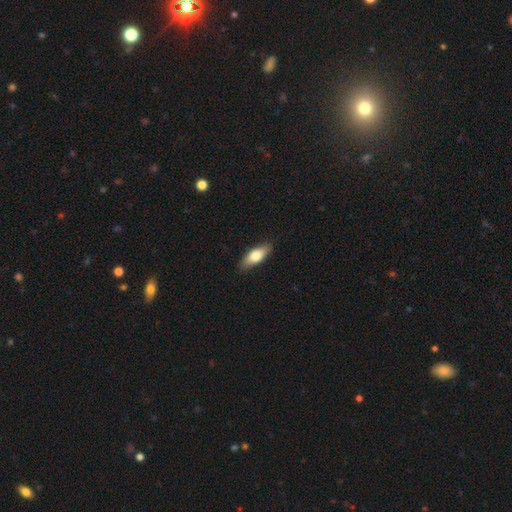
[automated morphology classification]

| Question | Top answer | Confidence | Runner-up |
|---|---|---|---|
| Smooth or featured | smooth | 68% | featured or disk (26%) |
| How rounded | in between | 71% | cigar-shaped (26%) |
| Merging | none | 87% | minor disturbance (11%) |